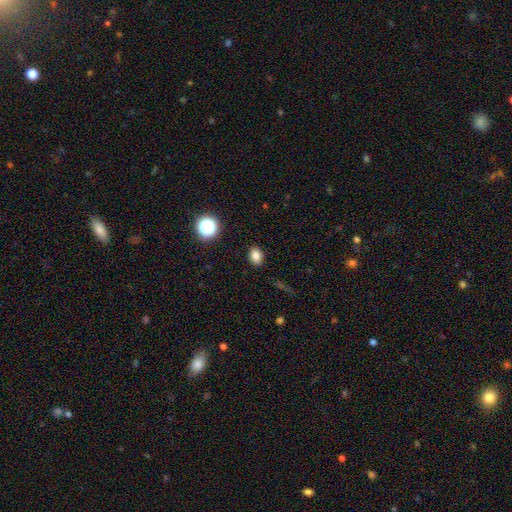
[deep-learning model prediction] Smooth or featured: smooth — 82% (star or artifact — 13%)
How rounded: in between — 68% (round — 31%)
Merging: none — 89% (minor disturbance — 8%)